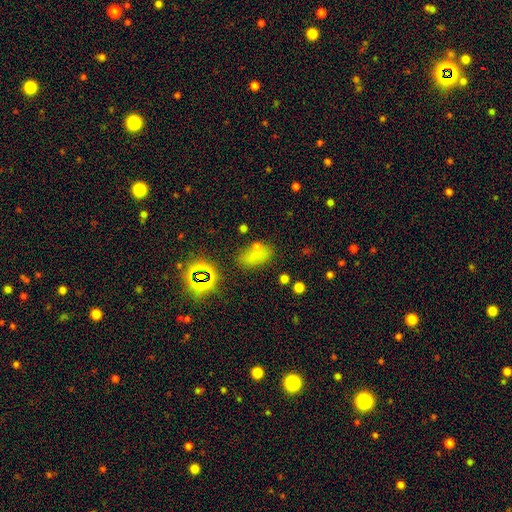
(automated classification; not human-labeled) Smooth or featured: smooth — 65% (star or artifact — 25%)
How rounded: in between — 87% (round — 9%)
Merging: none — 67% (minor disturbance — 16%)